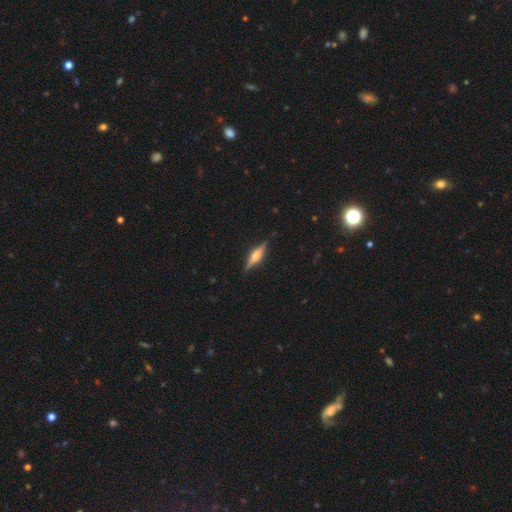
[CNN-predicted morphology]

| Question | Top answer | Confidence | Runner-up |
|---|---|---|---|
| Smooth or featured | featured or disk | 70% | smooth (24%) |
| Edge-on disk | yes | 97% | no (3%) |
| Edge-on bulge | rounded | 82% | boxy (15%) |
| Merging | none | 88% | minor disturbance (9%) |